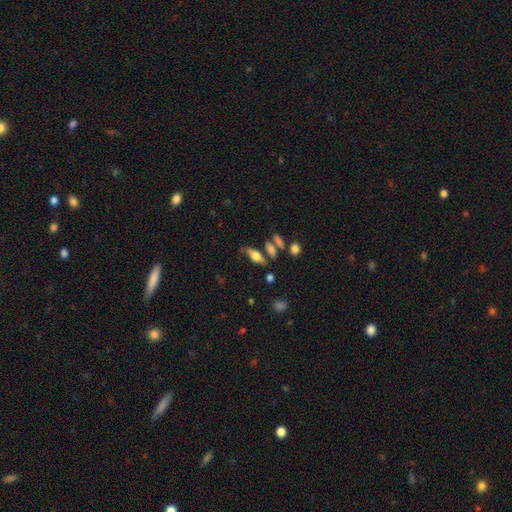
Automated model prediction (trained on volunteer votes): Smooth or featured? Predicted: smooth (p=0.51). How rounded? Predicted: in between (p=0.62). Merging? Predicted: none (p=0.67).